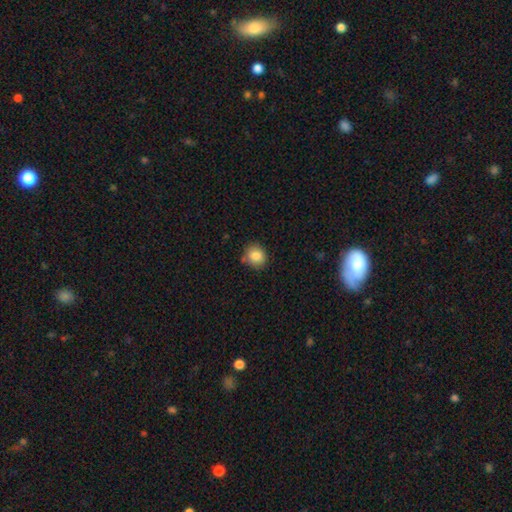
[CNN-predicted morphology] type=smooth (86%); roundness=round (76%); merging=none (75%).